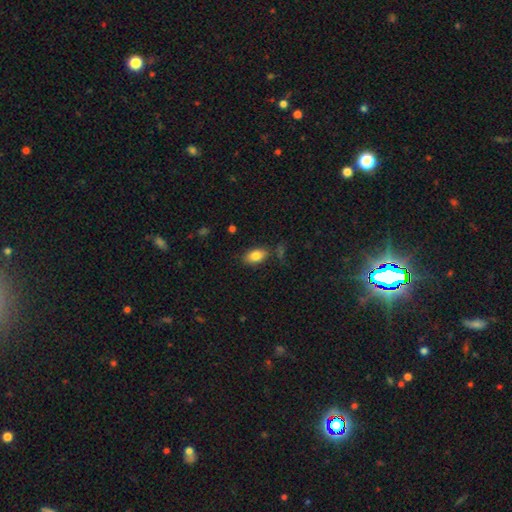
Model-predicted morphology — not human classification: Smooth or featured?
  - smooth: 84% *
  - star or artifact: 8%
  - featured or disk: 8%
How rounded?
  - in between: 90% *
  - round: 8%
  - cigar-shaped: 2%
Merging?
  - none: 79% *
  - minor disturbance: 13%
  - merger: 4%
  - major disturbance: 4%